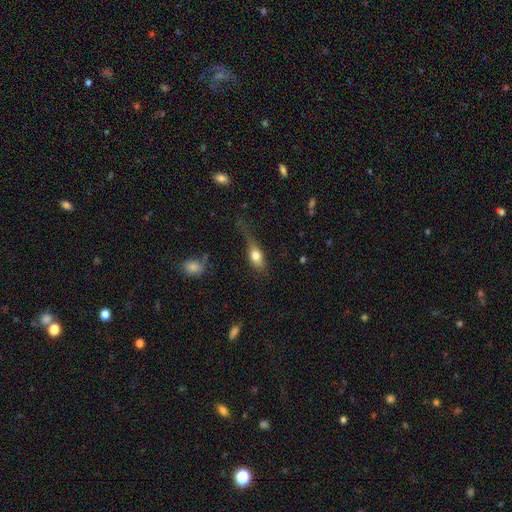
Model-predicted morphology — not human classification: A smooth galaxy with no disk features (72%) that is in between round and cigar-shaped (74%). Merging: none (40%).